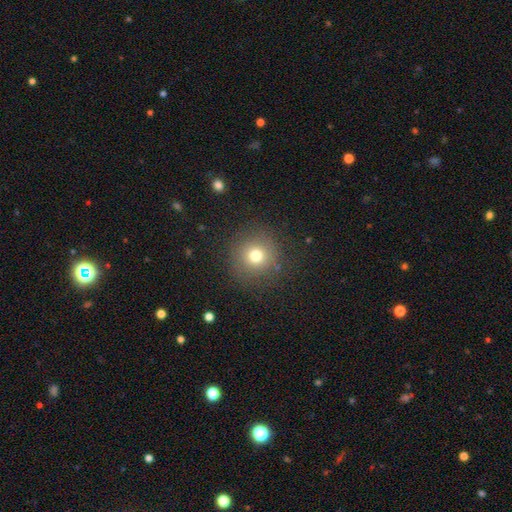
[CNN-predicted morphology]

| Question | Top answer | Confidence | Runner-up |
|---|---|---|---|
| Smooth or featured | smooth | 73% | star or artifact (16%) |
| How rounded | round | 94% | in between (5%) |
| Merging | none | 84% | minor disturbance (9%) |